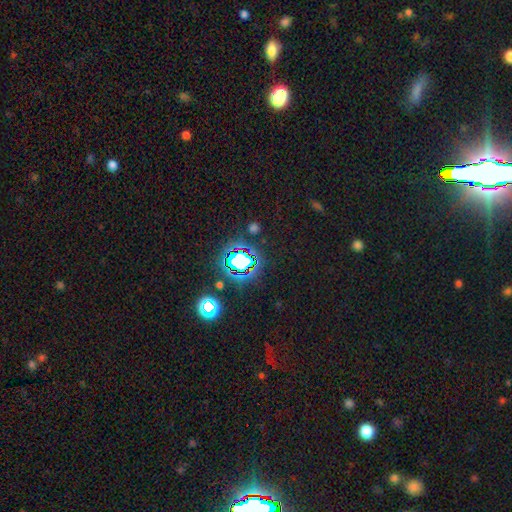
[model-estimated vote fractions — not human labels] Q: Smooth or featured?
A: star or artifact (81%); runner-up: smooth (11%)